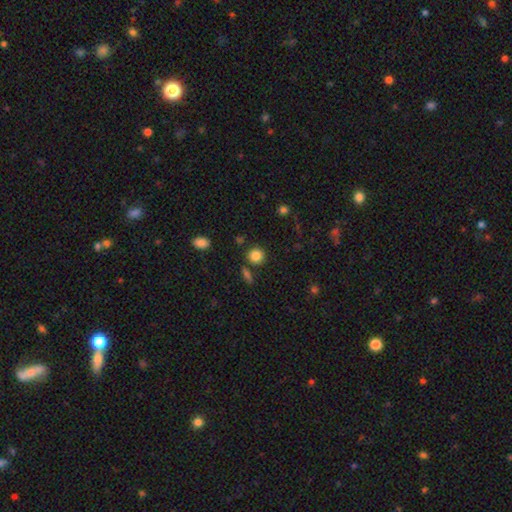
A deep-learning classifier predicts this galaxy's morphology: This is clearly a smooth galaxy (85%). How rounded: clearly round (87%). Merging: clearly none (82%).